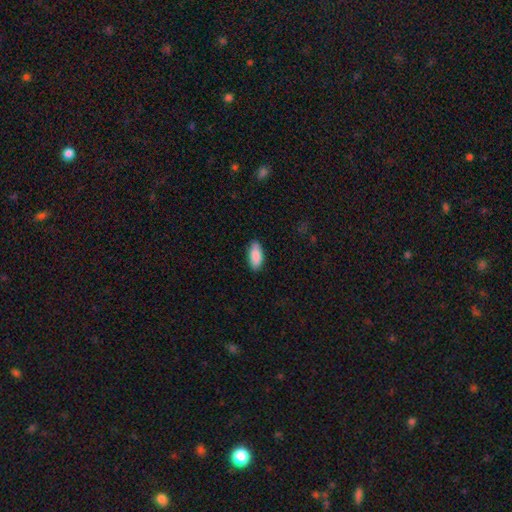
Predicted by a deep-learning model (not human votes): A smooth galaxy with no disk features (89%) that is in between round and cigar-shaped (86%).

Vote fractions:
- Smooth or featured? smooth: 89% / star or artifact: 6% / featured or disk: 6%
- How rounded? in between: 86% / cigar-shaped: 13% / round: 2%
- Merging? none: 85% / minor disturbance: 11% / major disturbance: 2% / merger: 1%